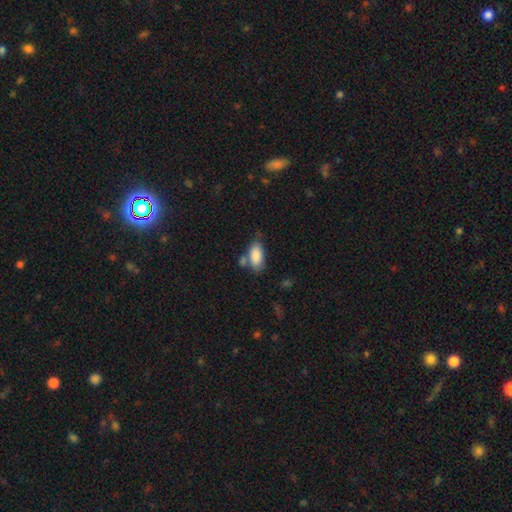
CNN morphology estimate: smooth_or_featured: smooth (p=0.87) [alt: star or artifact p=0.07]
how_rounded: in between (p=0.91) [alt: cigar-shaped p=0.06]
merging: none (p=0.55) [alt: minor disturbance p=0.20]